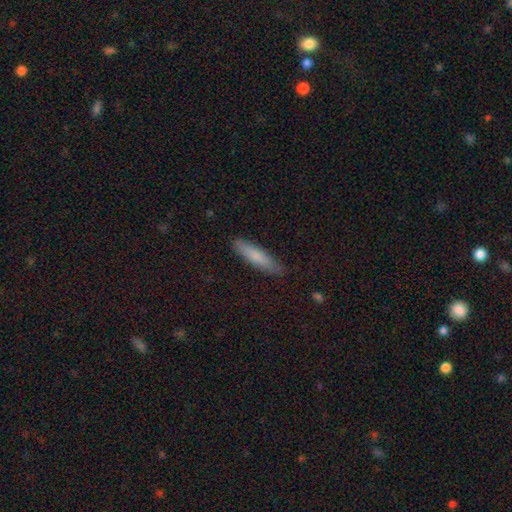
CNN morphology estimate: smooth-or-featured: smooth: 77% | featured or disk: 18% | star or artifact: 6%
  how-rounded: cigar-shaped: 80% | in between: 19% | round: 1%
  merging: none: 85% | minor disturbance: 12% | major disturbance: 2% | merger: 1%